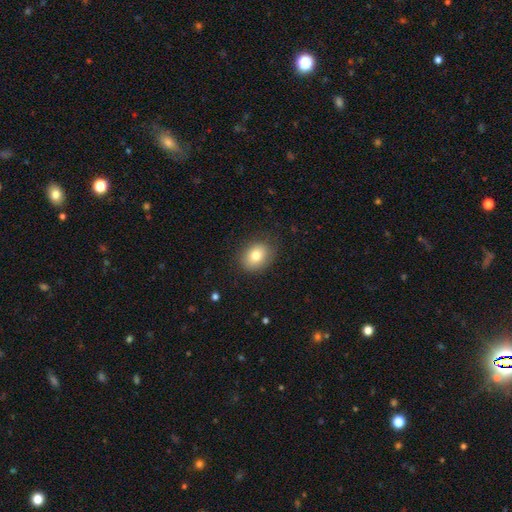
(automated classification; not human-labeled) Q: Smooth or featured?
A: smooth (79%); runner-up: featured or disk (12%)
Q: How rounded?
A: in between (56%); runner-up: round (43%)
Q: Merging?
A: none (82%); runner-up: minor disturbance (13%)